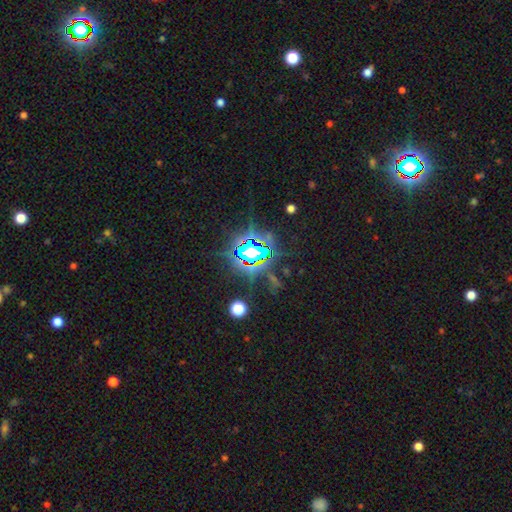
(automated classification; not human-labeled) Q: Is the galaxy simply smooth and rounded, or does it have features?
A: star or artifact — 76%.